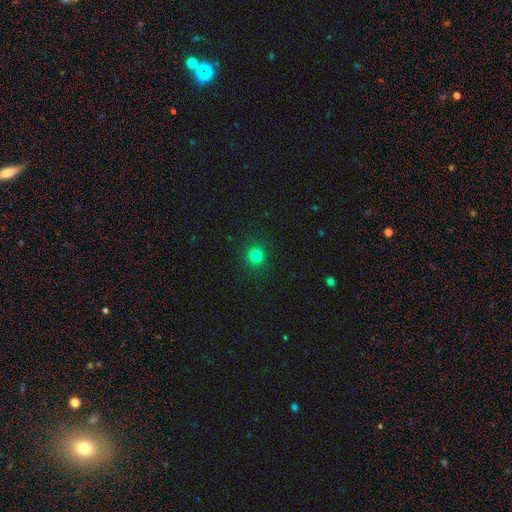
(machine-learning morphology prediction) Smooth or featured?
  - smooth: 81% *
  - star or artifact: 14%
  - featured or disk: 5%
How rounded?
  - round: 93% *
  - in between: 6%
  - cigar-shaped: 1%
Merging?
  - none: 92% *
  - minor disturbance: 5%
  - major disturbance: 2%
  - merger: 1%